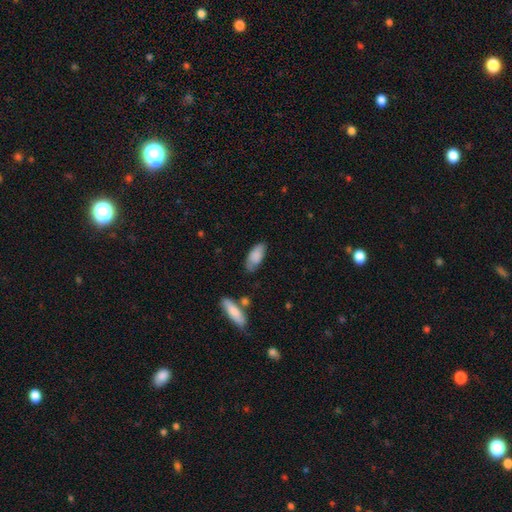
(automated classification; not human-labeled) Overall: smooth (83%). How rounded: in between (87%). Merging: none (71%).